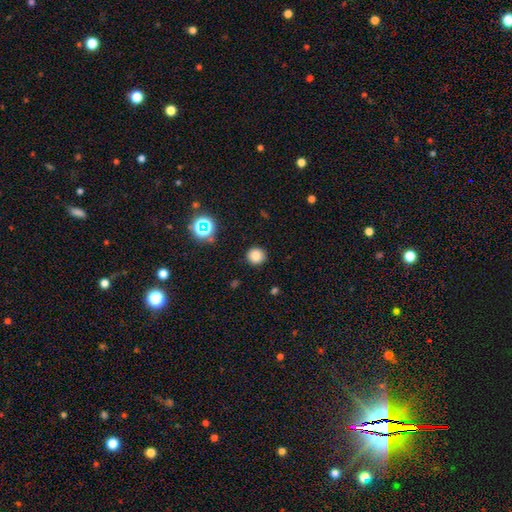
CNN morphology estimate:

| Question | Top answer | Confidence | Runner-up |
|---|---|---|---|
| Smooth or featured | smooth | 81% | star or artifact (14%) |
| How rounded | round | 92% | in between (7%) |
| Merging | none | 91% | minor disturbance (6%) |